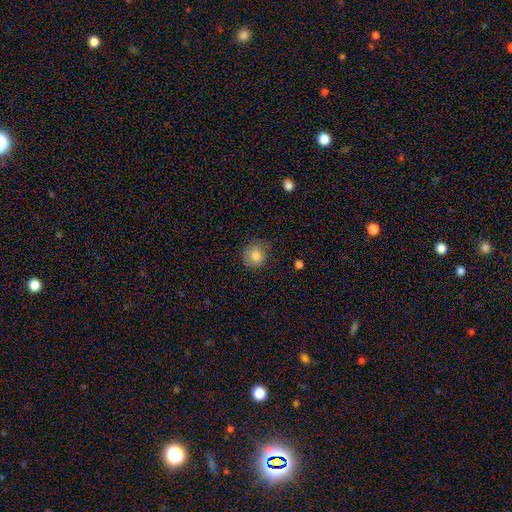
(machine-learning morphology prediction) Smooth or featured?
  - smooth: 82% *
  - star or artifact: 10%
  - featured or disk: 8%
How rounded?
  - round: 87% *
  - in between: 12%
  - cigar-shaped: 1%
Merging?
  - none: 79% *
  - minor disturbance: 16%
  - major disturbance: 4%
  - merger: 1%